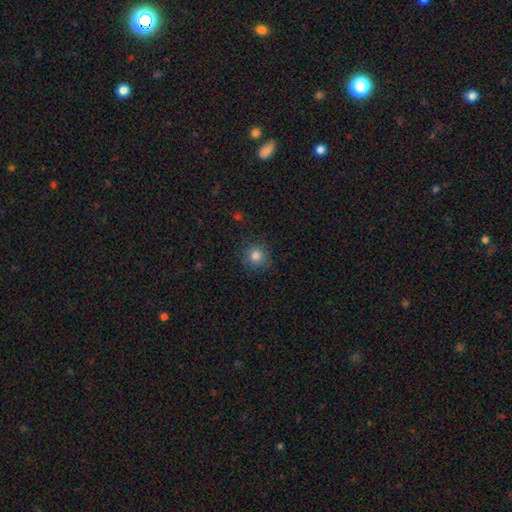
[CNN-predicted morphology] A smooth galaxy with no disk features (82%) that is round (92%). Merging: none (85%).